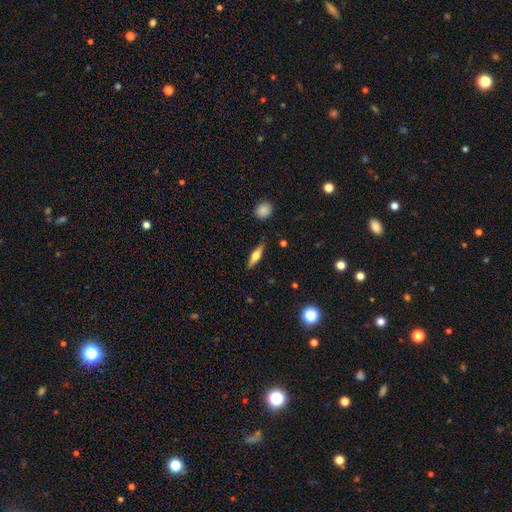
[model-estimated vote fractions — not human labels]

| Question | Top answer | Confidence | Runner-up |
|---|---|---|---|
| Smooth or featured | smooth | 48% | featured or disk (45%) |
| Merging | none | 87% | minor disturbance (9%) |